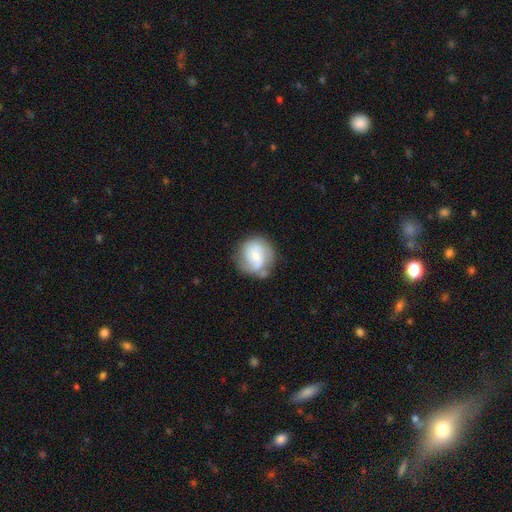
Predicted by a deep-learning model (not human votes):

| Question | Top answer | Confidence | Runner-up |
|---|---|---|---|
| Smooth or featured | featured or disk | 59% | smooth (35%) |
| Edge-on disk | no | 98% | yes (2%) |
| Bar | no | 57% | weak (36%) |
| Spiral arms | yes | 84% | no (16%) |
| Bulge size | small | 59% | moderate (34%) |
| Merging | none | 60% | minor disturbance (23%) |